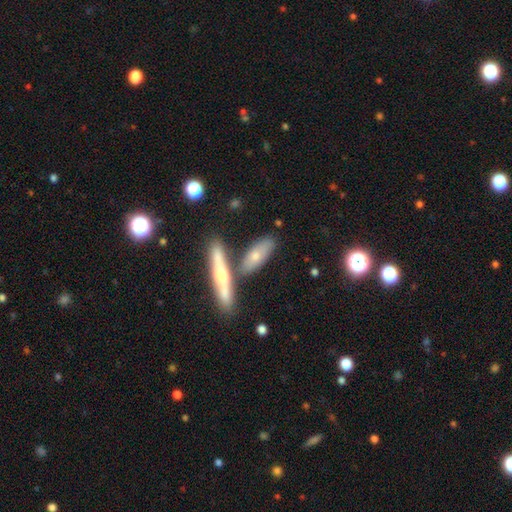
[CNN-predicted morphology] Smooth or featured? Predicted: smooth (p=0.62). How rounded? Predicted: in between (p=0.56). Merging? Predicted: none (p=0.62).